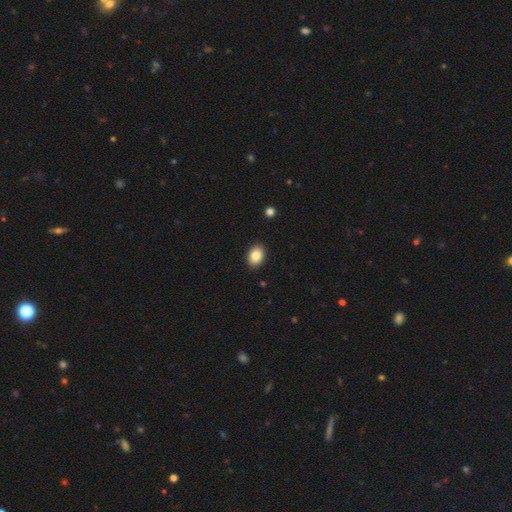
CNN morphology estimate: smooth 86%, star or artifact 8%, featured or disk 6%. Down the decision tree: how rounded — in between (74%); merging — none (90%).